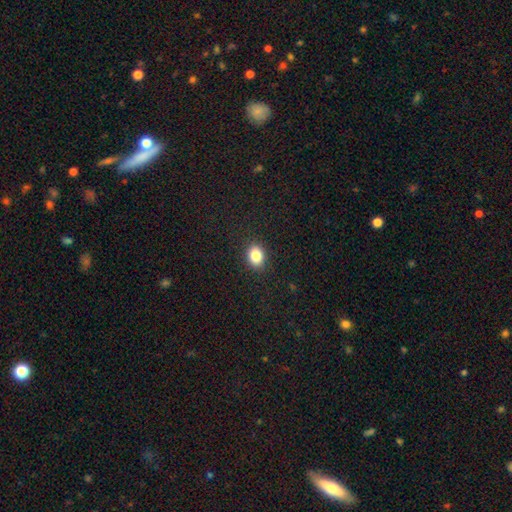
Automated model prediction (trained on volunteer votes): This appears to be a smooth galaxy with no disk features (85%) that is in between round and cigar-shaped (55%). Merging: none (89%).